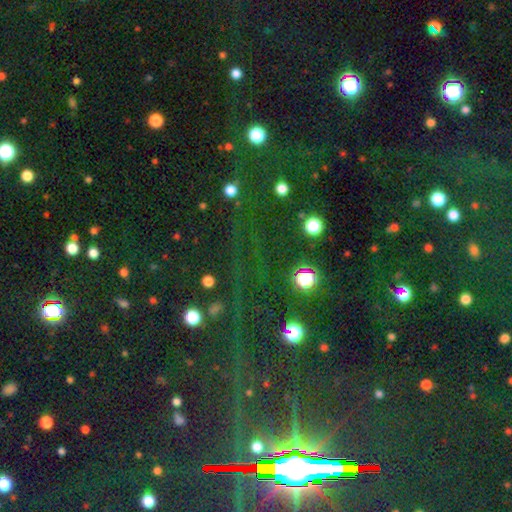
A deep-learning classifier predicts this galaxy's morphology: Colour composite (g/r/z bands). It shows a star or artifact, not a galaxy (79%).